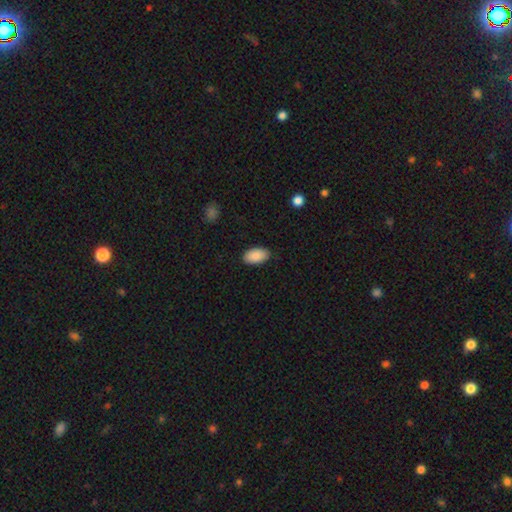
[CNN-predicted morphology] Smooth or featured? smooth (90%)
How rounded? in between (95%)
Merging? none (87%)